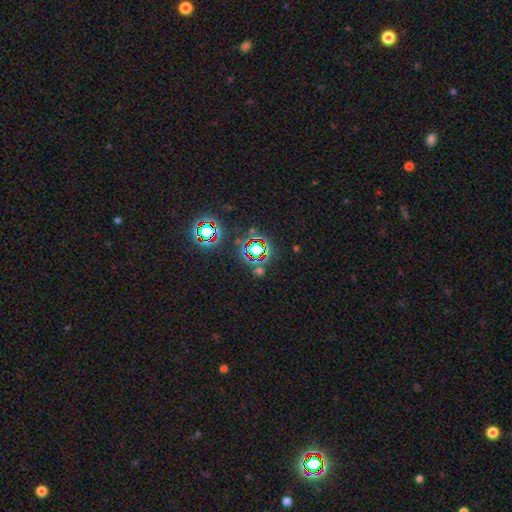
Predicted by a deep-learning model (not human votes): Overall: star or artifact (57%; smooth 30%).